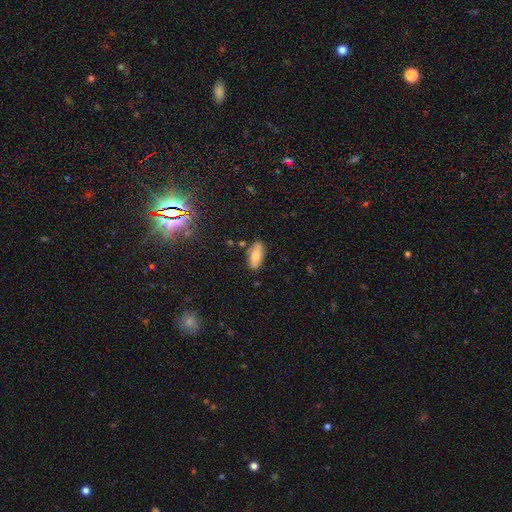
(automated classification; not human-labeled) Smooth or featured? Predicted: smooth (p=0.71). How rounded? Predicted: in between (p=0.84). Merging? Predicted: none (p=0.83).